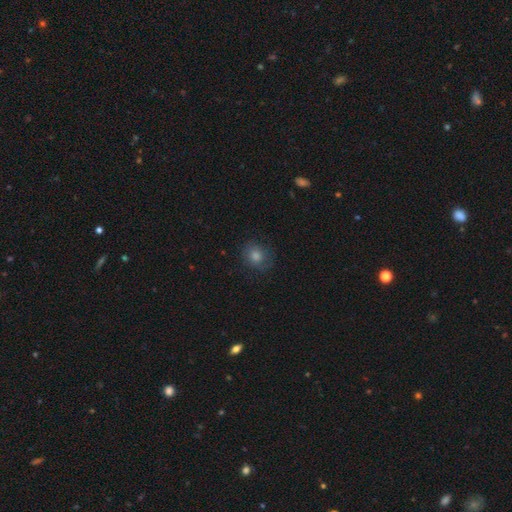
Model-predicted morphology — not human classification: A smooth galaxy with no disk features (63%) that is round (76%). Merging: none (81%).